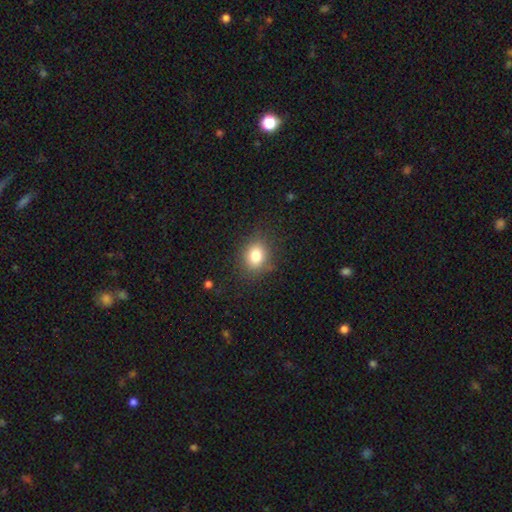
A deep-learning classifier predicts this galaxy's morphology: The model was most divided on "how rounded": round: 58%, in between: 41%, cigar-shaped: 1%. More confident: merging — none (83%); smooth or featured — smooth (81%).